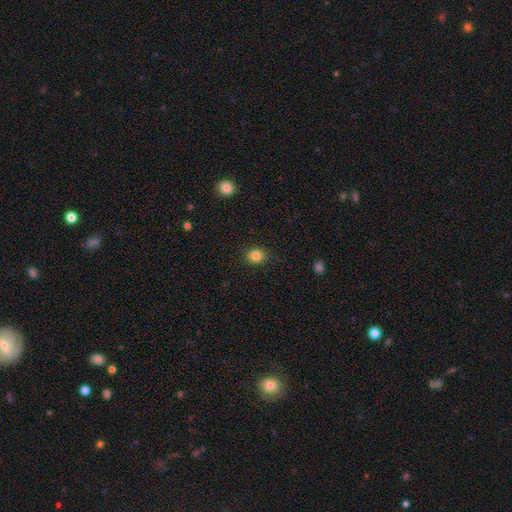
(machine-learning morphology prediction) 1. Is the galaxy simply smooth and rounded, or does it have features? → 84% smooth, 11% star or artifact, 5% featured or disk.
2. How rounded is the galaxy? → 69% round, 30% in between, 1% cigar-shaped.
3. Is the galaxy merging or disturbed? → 89% none, 8% minor disturbance, 2% major disturbance, 1% merger.